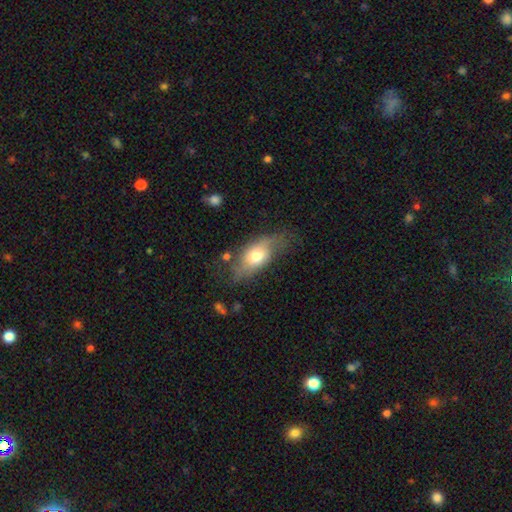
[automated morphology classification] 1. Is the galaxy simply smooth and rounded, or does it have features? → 61% smooth, 31% featured or disk, 8% star or artifact.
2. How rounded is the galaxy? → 85% in between, 8% cigar-shaped, 7% round.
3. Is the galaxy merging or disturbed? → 53% none, 29% minor disturbance, 14% major disturbance, 3% merger.